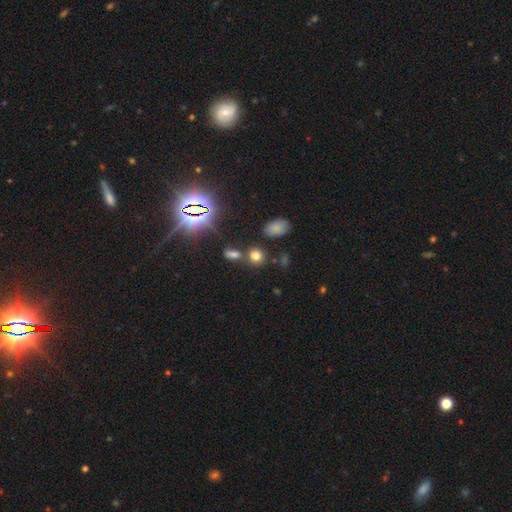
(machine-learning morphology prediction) Smooth or featured: smooth — 71% (star or artifact — 23%)
How rounded: round — 77% (in between — 21%)
Merging: none — 70% (merger — 16%)